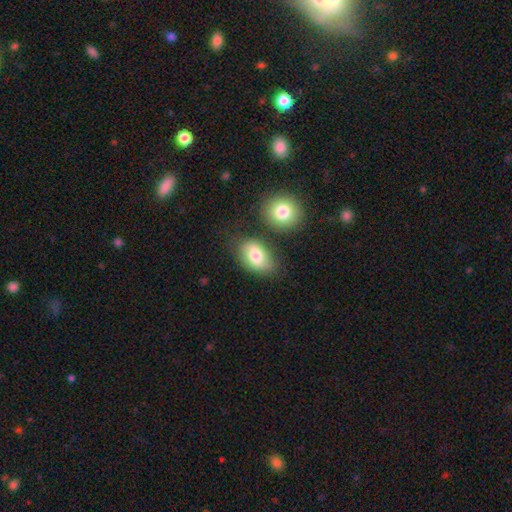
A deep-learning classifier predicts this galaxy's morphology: Overall: smooth (71%). How rounded: in between (85%). Merging: none (67%).